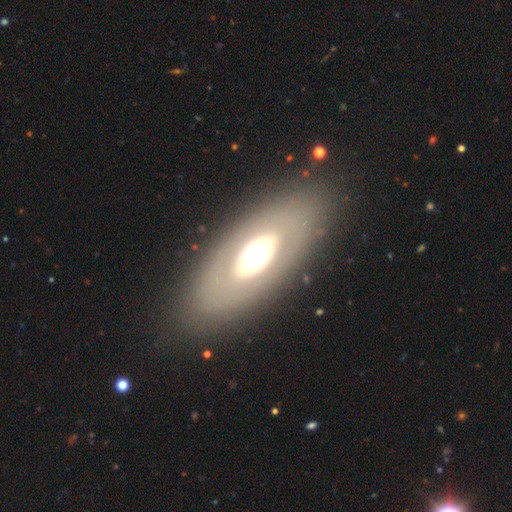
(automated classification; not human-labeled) Smooth or featured?
  - featured or disk: 48% *
  - smooth: 43%
  - star or artifact: 9%
Merging?
  - none: 84% *
  - minor disturbance: 9%
  - major disturbance: 6%
  - merger: 1%